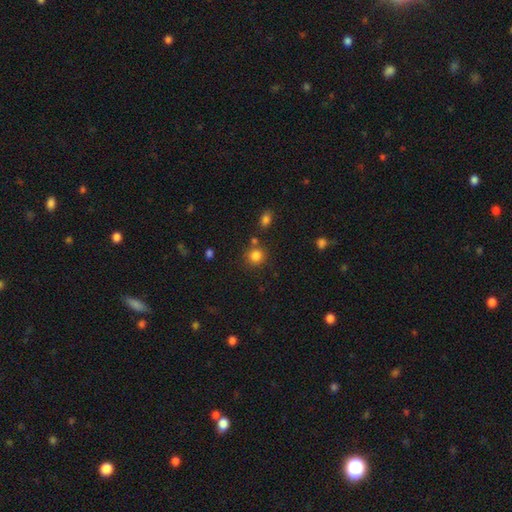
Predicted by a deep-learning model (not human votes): Morphology: type=smooth (83%); roundness=round (88%); merging=none (75%).